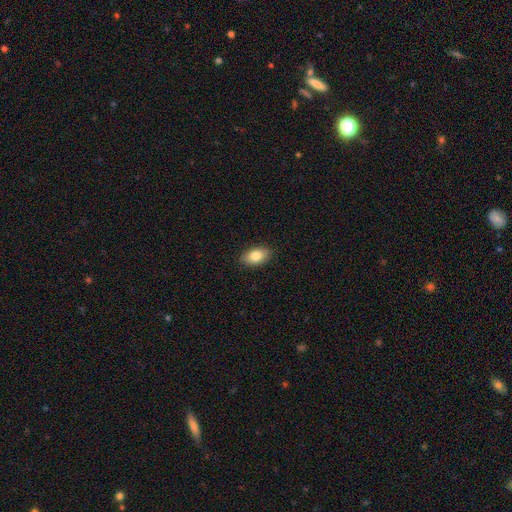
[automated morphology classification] Q: Smooth or featured?
A: smooth (82%); runner-up: featured or disk (10%)
Q: How rounded?
A: in between (92%); runner-up: round (6%)
Q: Merging?
A: none (89%); runner-up: minor disturbance (8%)